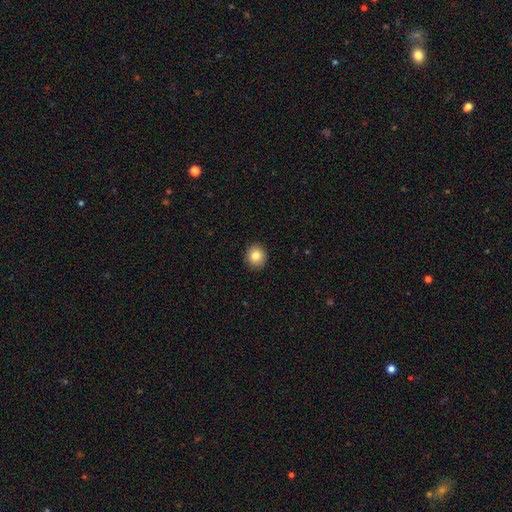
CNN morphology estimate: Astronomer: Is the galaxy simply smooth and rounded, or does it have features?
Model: smooth — 84%.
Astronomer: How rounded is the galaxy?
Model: round — 84%.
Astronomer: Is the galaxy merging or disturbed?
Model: none — 92%.